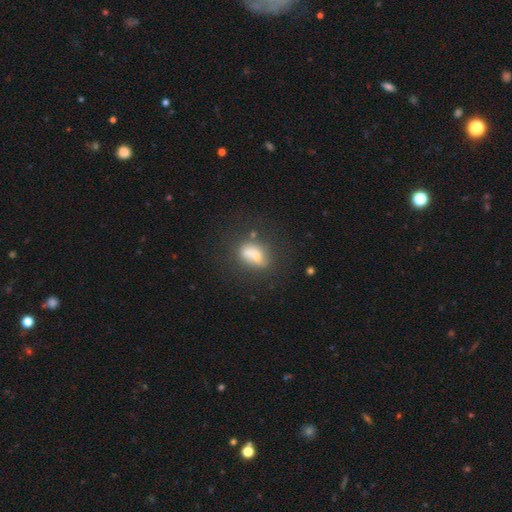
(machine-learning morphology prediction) smooth 60%, featured or disk 27%, star or artifact 12%. Down the decision tree: how rounded — in between (73%); merging — none (43%).